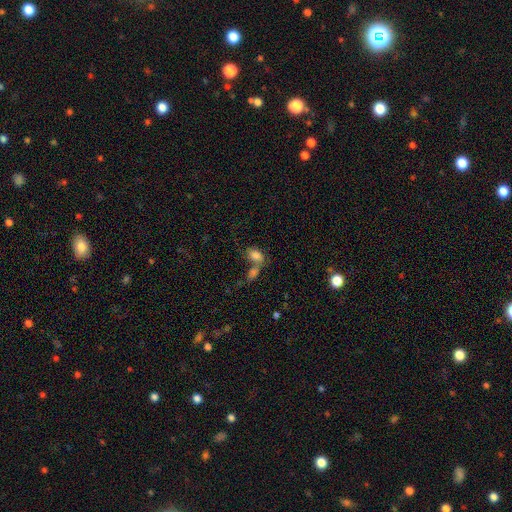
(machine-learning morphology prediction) Q: Smooth or featured?
A: smooth (79%); runner-up: featured or disk (11%)
Q: How rounded?
A: in between (88%); runner-up: round (9%)
Q: Merging?
A: merger (51%); runner-up: none (32%)